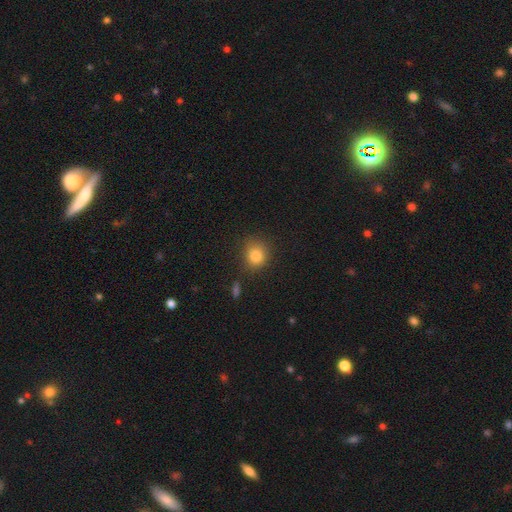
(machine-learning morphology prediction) Overall: smooth (82%). How rounded: round (79%). Merging: none (76%).